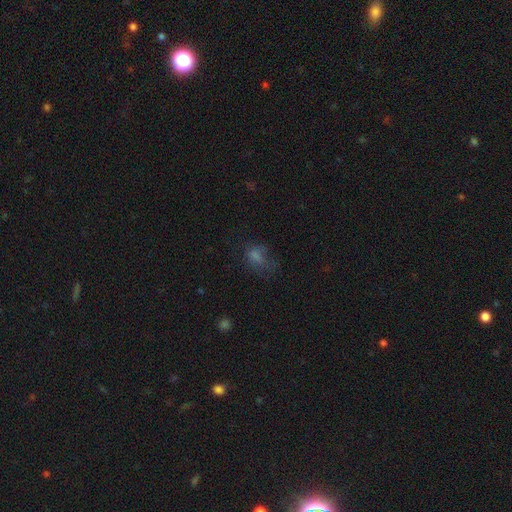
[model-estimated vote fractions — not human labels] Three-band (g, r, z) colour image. It shows a smooth galaxy with no disk features (57%) that is in between round and cigar-shaped (62%). Merging: none (47%).